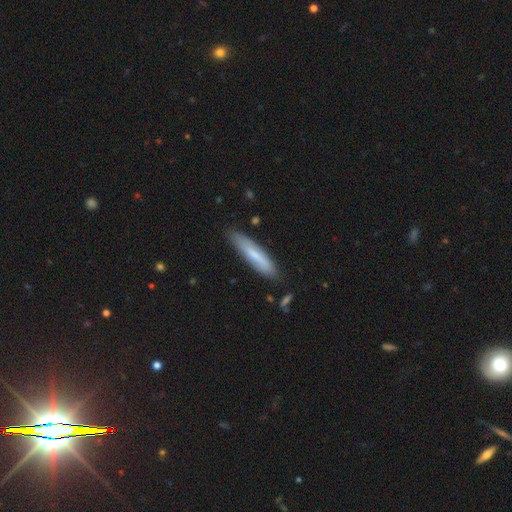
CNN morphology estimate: Overall: smooth (70%). How rounded: cigar-shaped (82%). Merging: none (80%).